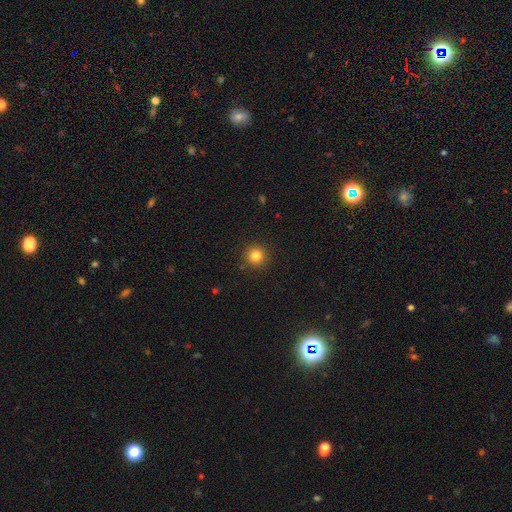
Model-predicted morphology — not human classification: Smooth or featured? Predicted: smooth (p=0.82). How rounded? Predicted: round (p=0.95). Merging? Predicted: none (p=0.91).